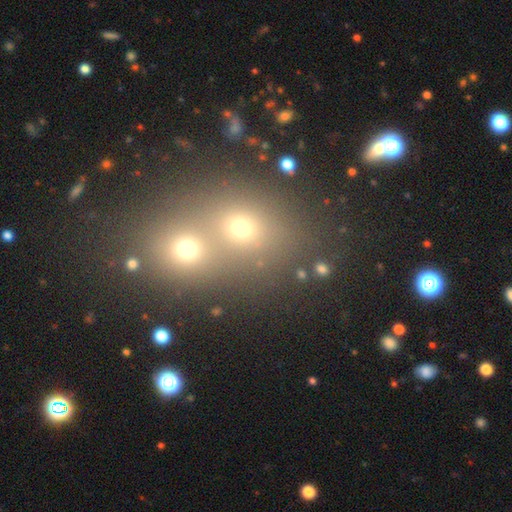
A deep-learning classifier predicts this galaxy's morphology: Smooth or featured? Predicted: smooth (p=0.51). How rounded? Predicted: round (p=0.65). Merging? Predicted: merger (p=0.53).